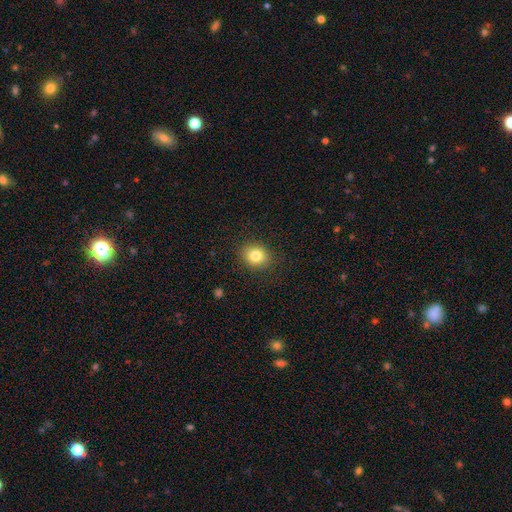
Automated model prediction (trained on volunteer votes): Morphology: type=smooth (82%); roundness=round (65%); merging=none (88%).